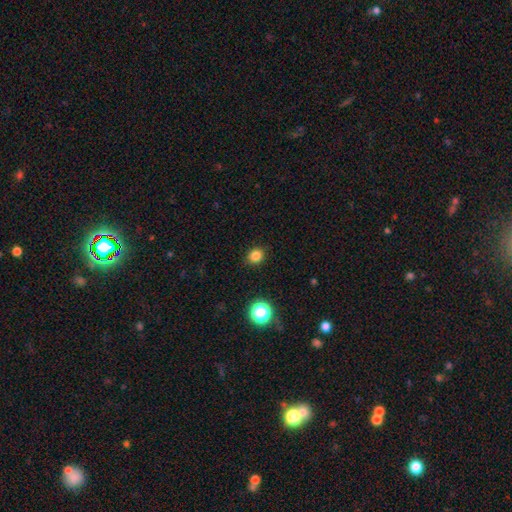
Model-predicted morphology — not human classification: smooth 82%, star or artifact 14%, featured or disk 4%. Down the decision tree: how rounded — round (77%); merging — none (88%).